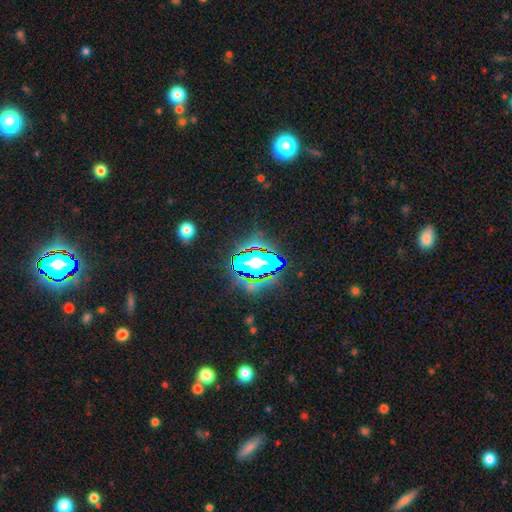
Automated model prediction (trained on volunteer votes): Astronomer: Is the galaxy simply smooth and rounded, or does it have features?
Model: star or artifact — 57%.